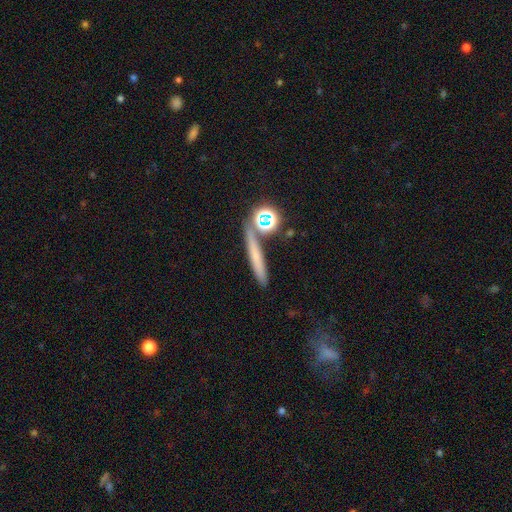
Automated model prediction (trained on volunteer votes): Overall: smooth (54%; featured or disk 23%). How rounded: cigar-shaped (74%). Merging: none (75%).